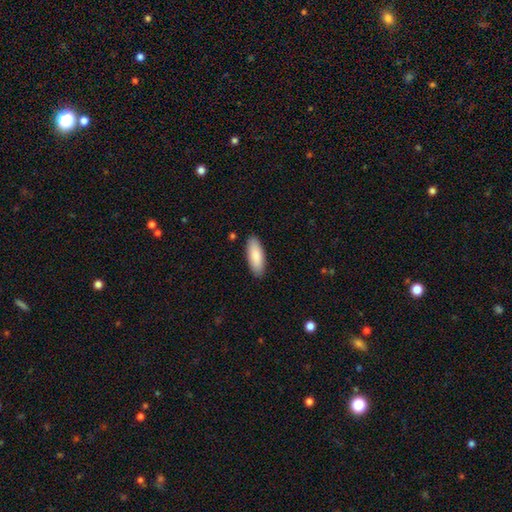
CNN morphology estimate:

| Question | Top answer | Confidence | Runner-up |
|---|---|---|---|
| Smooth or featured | smooth | 87% | featured or disk (7%) |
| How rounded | in between | 75% | cigar-shaped (24%) |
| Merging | none | 89% | minor disturbance (8%) |